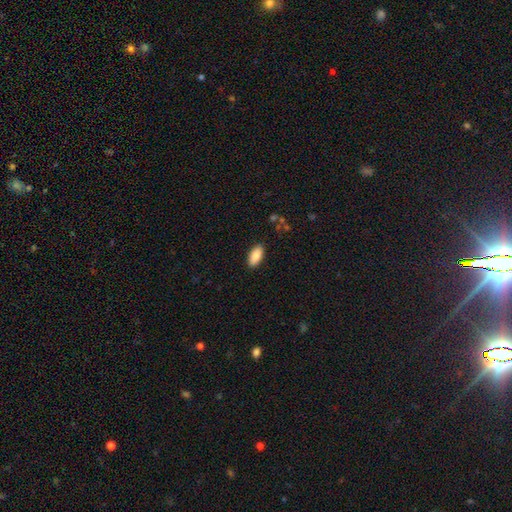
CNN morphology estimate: This is clearly a smooth galaxy (88%). How rounded: clearly in between (91%). Merging: clearly none (88%).